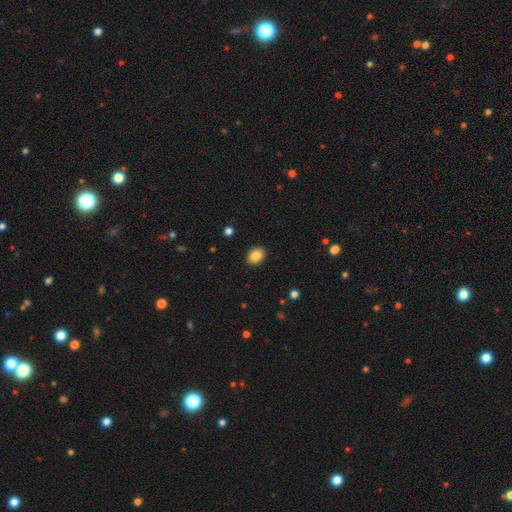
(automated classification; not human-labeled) This appears to be a smooth galaxy with no disk features (87%) that is in between round and cigar-shaped (62%). Merging: none (90%).